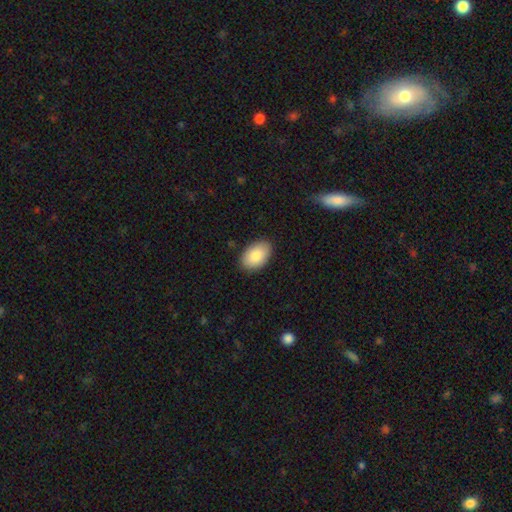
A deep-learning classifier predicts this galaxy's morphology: smooth-or-featured: smooth: 86% | featured or disk: 8% | star or artifact: 6%
  how-rounded: in between: 93% | round: 6% | cigar-shaped: 1%
  merging: none: 87% | minor disturbance: 10% | major disturbance: 2% | merger: 1%